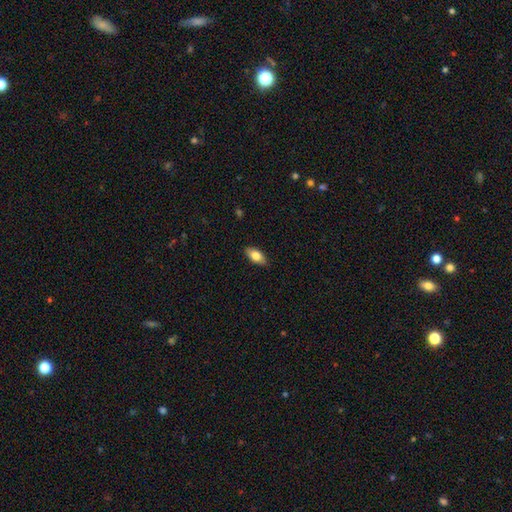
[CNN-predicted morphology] smooth-or-featured: smooth: 77% | featured or disk: 17% | star or artifact: 6%
  how-rounded: in between: 89% | cigar-shaped: 8% | round: 3%
  merging: none: 88% | minor disturbance: 9% | major disturbance: 2% | merger: 1%